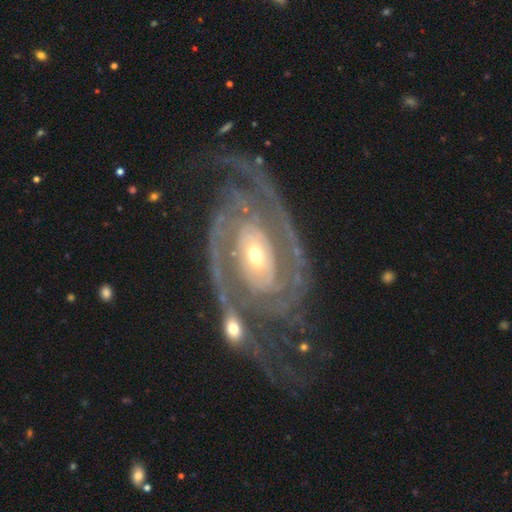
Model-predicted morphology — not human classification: The model was most divided on "bulge size": small: 50%, moderate: 44%, large: 4%, dominant: 1%, none: 1%. More confident: spiral arms — yes (97%); edge-on disk — no (96%); smooth or featured — featured or disk (92%); spiral arm count — 2 (66%); merging — none (60%); spiral winding — tight (58%); bar — no (53%).